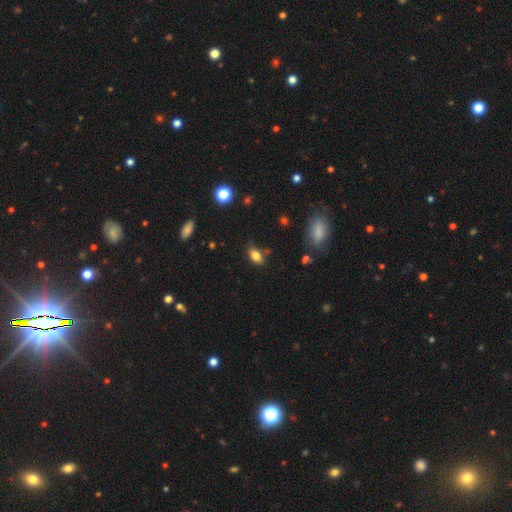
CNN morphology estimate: This is likely a smooth galaxy (80%). How rounded: clearly in between (85%). Merging: likely none (72%).